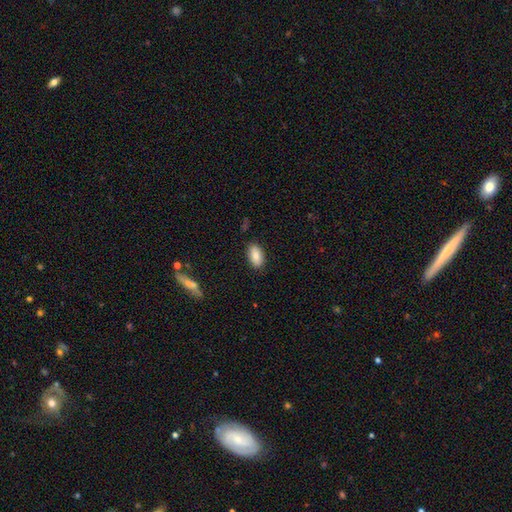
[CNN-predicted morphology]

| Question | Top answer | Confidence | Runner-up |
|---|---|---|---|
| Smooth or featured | smooth | 86% | star or artifact (7%) |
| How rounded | in between | 93% | cigar-shaped (4%) |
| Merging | none | 87% | minor disturbance (10%) |